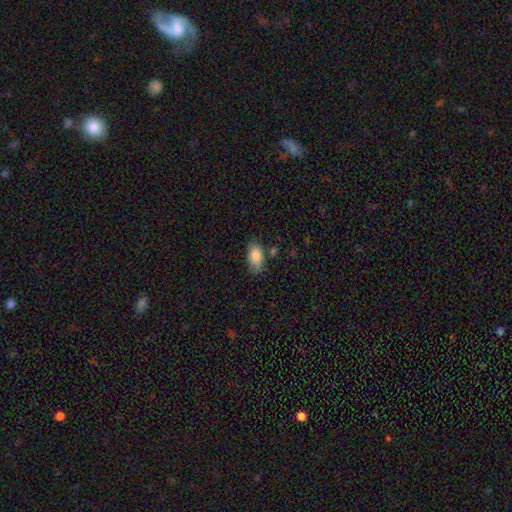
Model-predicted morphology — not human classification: smooth 83%, featured or disk 10%, star or artifact 7%. Down the decision tree: how rounded — in between (92%); merging — none (74%).